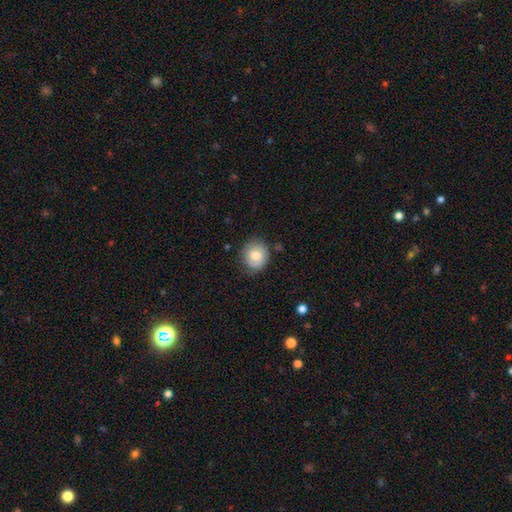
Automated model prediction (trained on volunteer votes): smooth_or_featured: smooth (p=0.66) [alt: featured or disk p=0.27]
how_rounded: round (p=0.72) [alt: in between p=0.27]
merging: none (p=0.72) [alt: minor disturbance p=0.21]